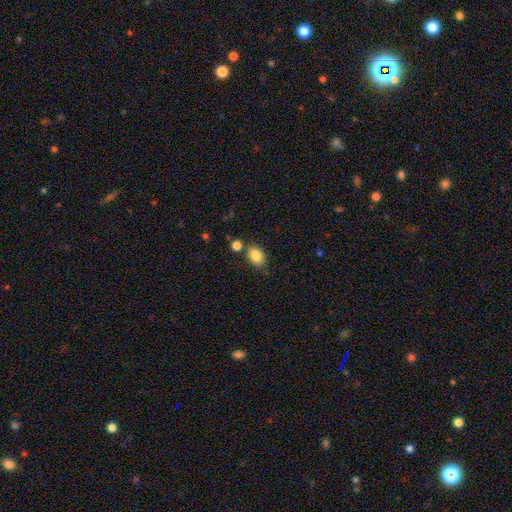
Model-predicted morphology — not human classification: smooth-or-featured: smooth: 86% | star or artifact: 8% | featured or disk: 6%
  how-rounded: in between: 81% | round: 18% | cigar-shaped: 1%
  merging: none: 75% | minor disturbance: 12% | merger: 10% | major disturbance: 3%